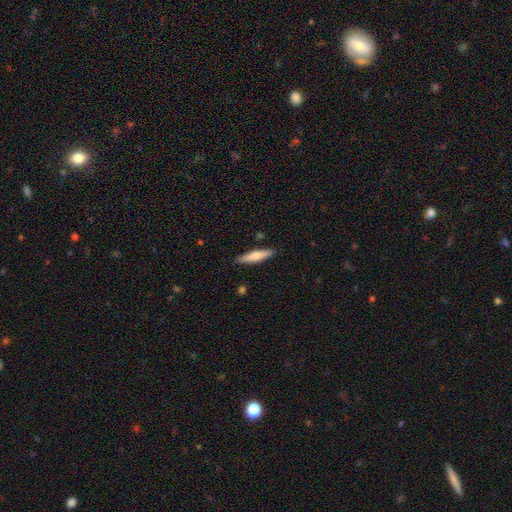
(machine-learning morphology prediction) A smooth galaxy with no disk features (64%) that is cigar-shaped (83%). Merging: none (89%).